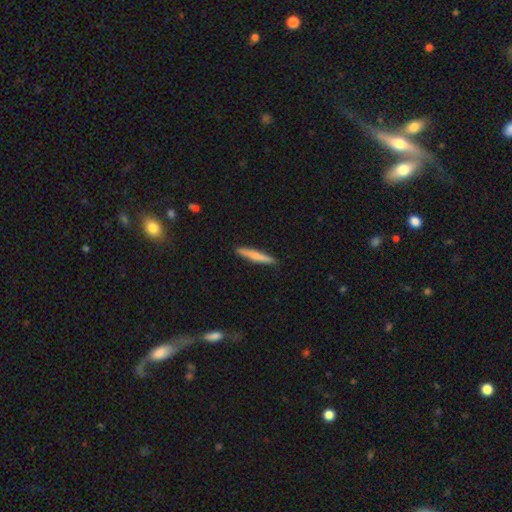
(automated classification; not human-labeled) smooth 69%, featured or disk 25%, star or artifact 5%. Down the decision tree: how rounded — cigar-shaped (95%); merging — none (91%).